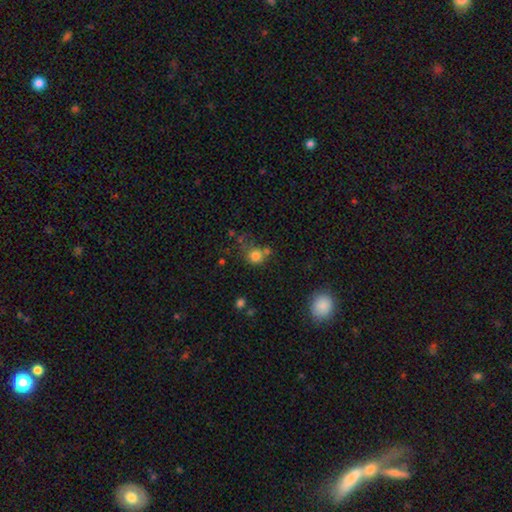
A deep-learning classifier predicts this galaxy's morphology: Smooth or featured: smooth — 78% (star or artifact — 13%)
How rounded: round — 86% (in between — 13%)
Merging: none — 54% (merger — 23%)